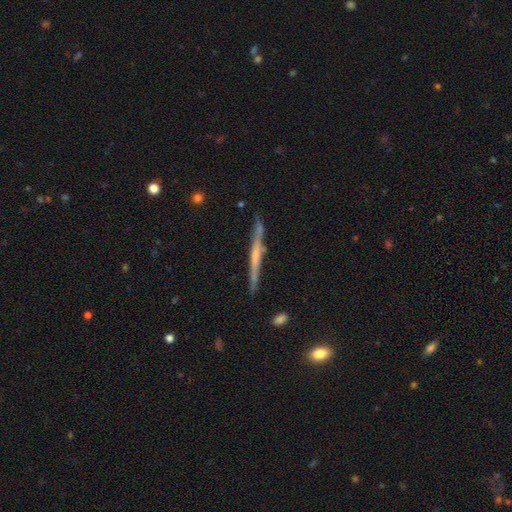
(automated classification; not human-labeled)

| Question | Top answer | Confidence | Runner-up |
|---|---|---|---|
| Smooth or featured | featured or disk | 63% | smooth (31%) |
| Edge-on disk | yes | 97% | no (3%) |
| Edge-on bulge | none | 64% | rounded (23%) |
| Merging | none | 83% | minor disturbance (12%) |